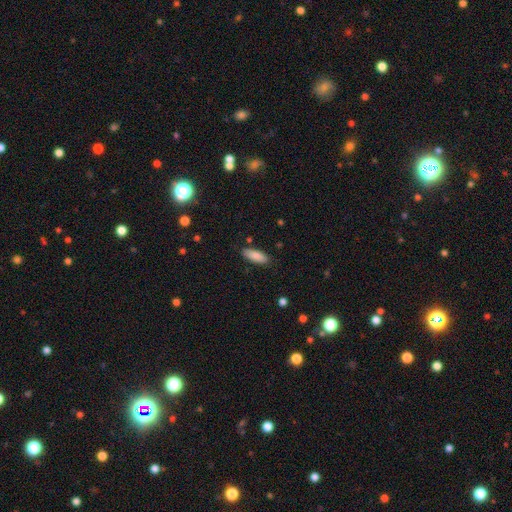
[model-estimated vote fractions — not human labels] smooth_or_featured: smooth (p=0.87) [alt: featured or disk p=0.07]
how_rounded: in between (p=0.68) [alt: cigar-shaped p=0.30]
merging: none (p=0.85) [alt: minor disturbance p=0.11]